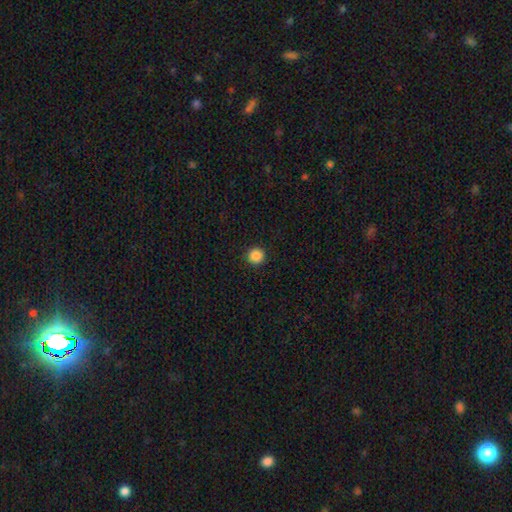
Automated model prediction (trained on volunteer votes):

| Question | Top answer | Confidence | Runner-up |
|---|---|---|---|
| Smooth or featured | smooth | 86% | star or artifact (11%) |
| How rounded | round | 94% | in between (5%) |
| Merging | none | 92% | minor disturbance (5%) |